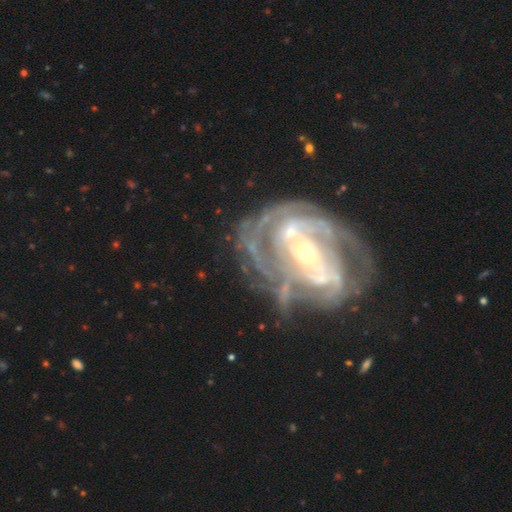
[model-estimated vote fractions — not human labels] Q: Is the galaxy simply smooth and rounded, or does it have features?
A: featured or disk — 86%.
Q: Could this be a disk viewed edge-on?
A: no — 96%.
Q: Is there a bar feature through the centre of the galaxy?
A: no — 39%.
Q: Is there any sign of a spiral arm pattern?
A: yes — 87%.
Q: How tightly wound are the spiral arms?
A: tight — 59%.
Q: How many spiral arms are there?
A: can't tell — 36%.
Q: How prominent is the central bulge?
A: small — 66%.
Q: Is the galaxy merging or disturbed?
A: none — 56%.